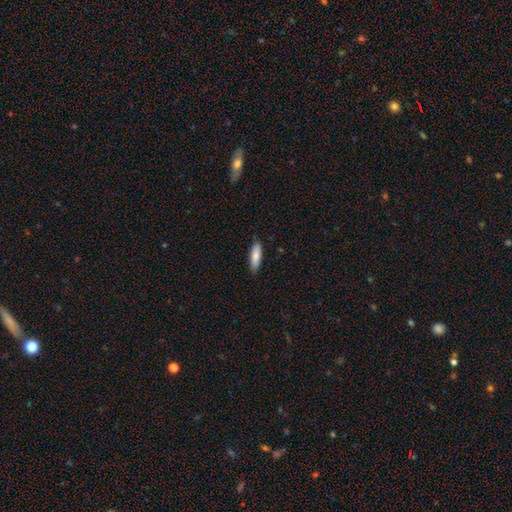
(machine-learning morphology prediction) type=smooth (81%); roundness=cigar-shaped (52%); merging=none (86%).